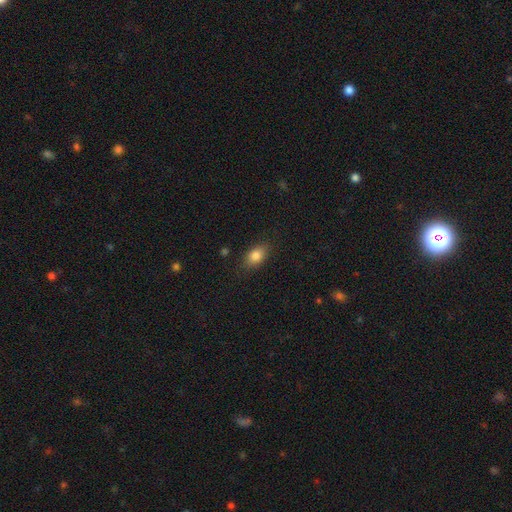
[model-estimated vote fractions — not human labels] Q: Smooth or featured?
A: smooth (82%); runner-up: star or artifact (9%)
Q: How rounded?
A: in between (84%); runner-up: round (13%)
Q: Merging?
A: none (84%); runner-up: minor disturbance (12%)